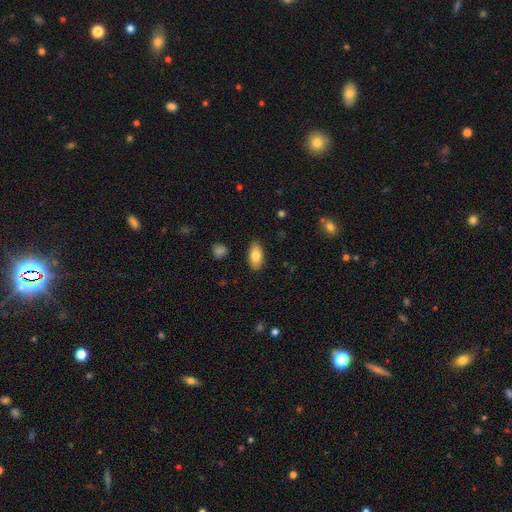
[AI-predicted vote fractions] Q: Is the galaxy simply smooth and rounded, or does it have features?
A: smooth — 80%.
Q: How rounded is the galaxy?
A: in between — 88%.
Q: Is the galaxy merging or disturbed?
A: none — 87%.